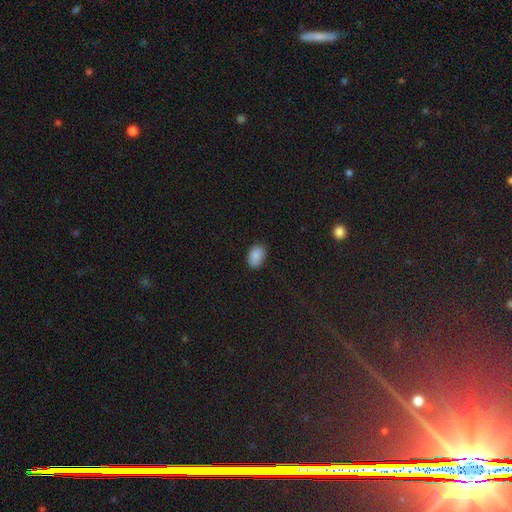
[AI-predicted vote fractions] Q: Smooth or featured?
A: smooth (88%); runner-up: star or artifact (8%)
Q: How rounded?
A: in between (88%); runner-up: round (10%)
Q: Merging?
A: none (85%); runner-up: minor disturbance (12%)